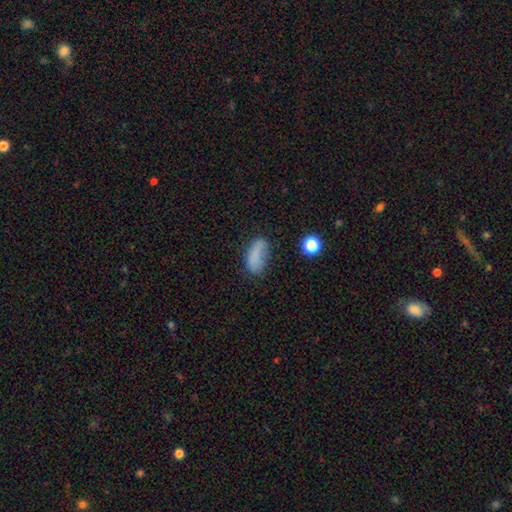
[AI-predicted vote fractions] smooth_or_featured: smooth (p=0.79) [alt: star or artifact p=0.11]
how_rounded: in between (p=0.87) [alt: cigar-shaped p=0.08]
merging: none (p=0.60) [alt: minor disturbance p=0.25]